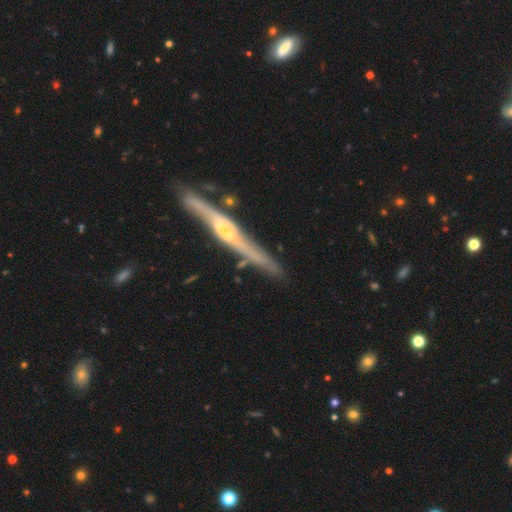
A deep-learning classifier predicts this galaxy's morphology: Smooth or featured? Predicted: featured or disk (p=0.66). Edge-on disk? Predicted: yes (p=0.89). Edge-on bulge? Predicted: rounded (p=0.53). Merging? Predicted: none (p=0.73).